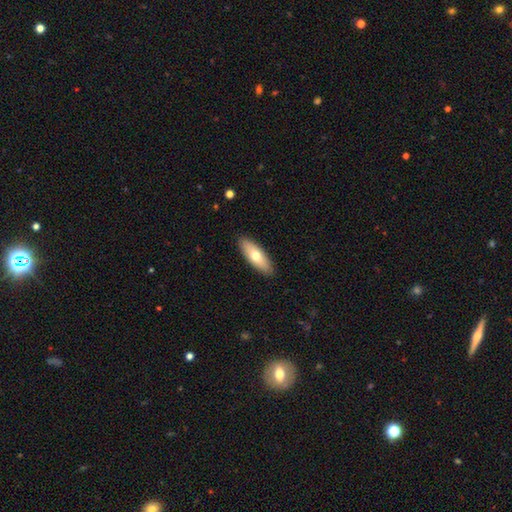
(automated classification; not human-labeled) This appears to be a smooth galaxy with no disk features (67%) that is in between round and cigar-shaped (66%). Merging: none (90%).